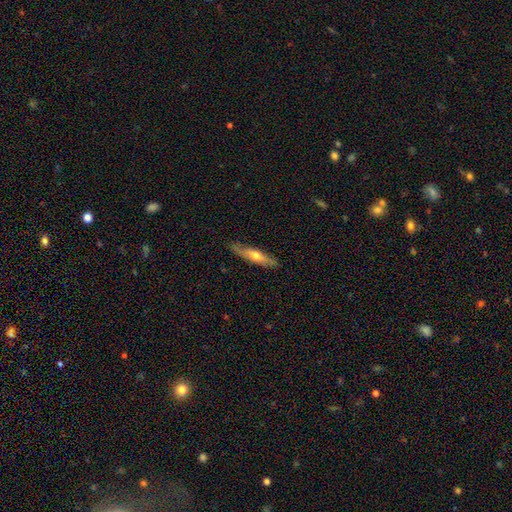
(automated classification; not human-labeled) Q: Smooth or featured?
A: smooth (49%); runner-up: featured or disk (46%)
Q: Merging?
A: none (85%); runner-up: minor disturbance (12%)